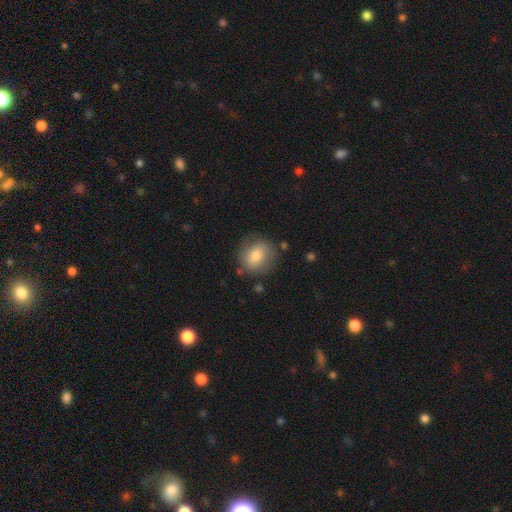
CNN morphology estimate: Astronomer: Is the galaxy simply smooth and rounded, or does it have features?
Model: smooth — 73%.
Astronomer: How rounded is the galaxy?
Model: round — 72%.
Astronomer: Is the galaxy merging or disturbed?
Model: none — 73%.